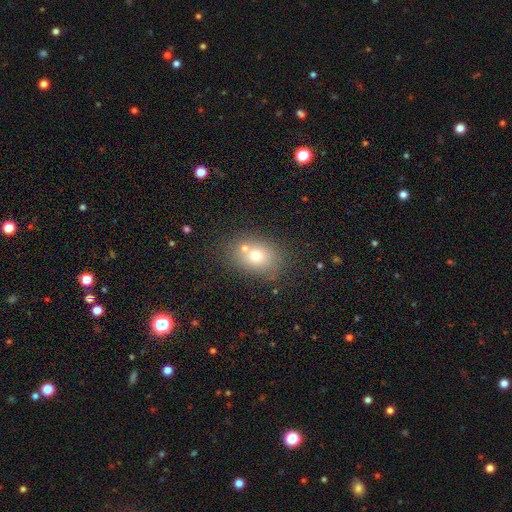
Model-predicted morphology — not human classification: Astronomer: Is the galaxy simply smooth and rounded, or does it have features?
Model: smooth — 69%.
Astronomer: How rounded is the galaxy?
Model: in between — 60% (runner-up: round, 39%).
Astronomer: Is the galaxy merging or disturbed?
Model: none — 59%.